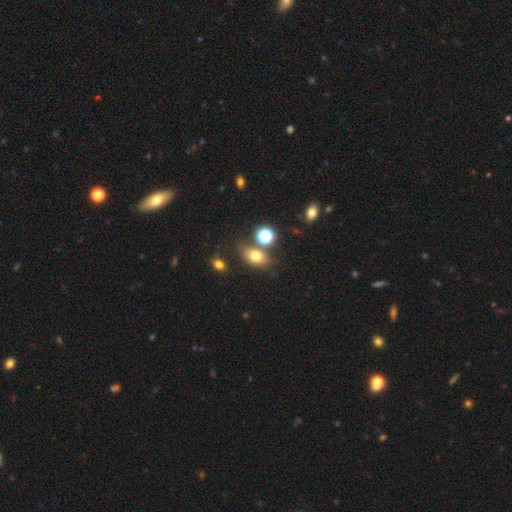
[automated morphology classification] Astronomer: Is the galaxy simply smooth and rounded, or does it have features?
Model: smooth — 73%.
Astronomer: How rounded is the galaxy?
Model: in between — 72%.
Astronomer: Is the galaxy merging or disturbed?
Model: none — 67%.